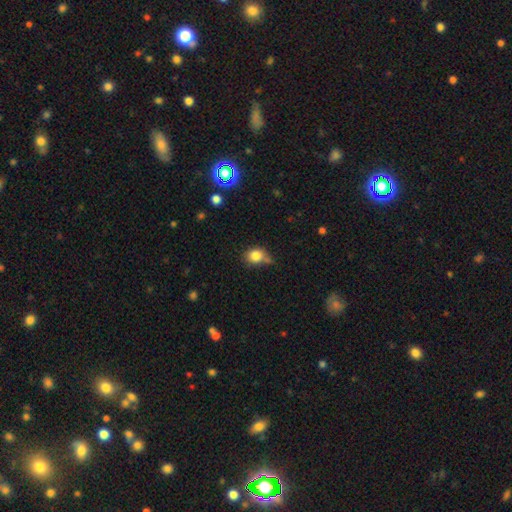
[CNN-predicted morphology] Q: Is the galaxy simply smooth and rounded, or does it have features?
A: smooth — 81%.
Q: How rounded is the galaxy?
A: round — 63%.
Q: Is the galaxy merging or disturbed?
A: none — 49%.